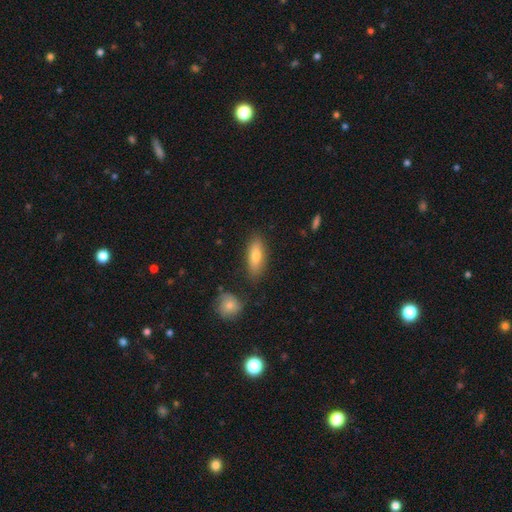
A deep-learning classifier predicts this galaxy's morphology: This is likely a smooth galaxy (71%). How rounded: likely in between (65%). Merging: clearly none (83%).